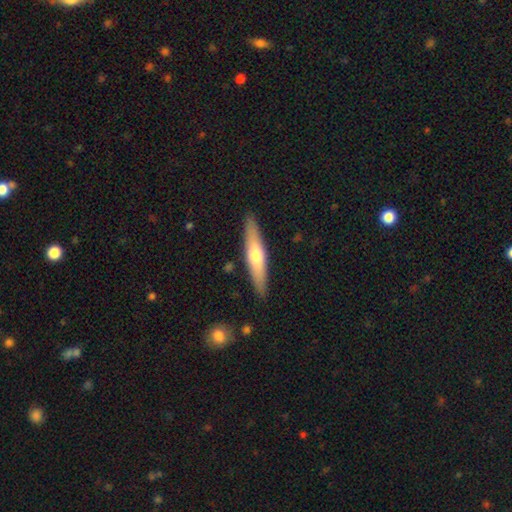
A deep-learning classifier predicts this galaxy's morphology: Smooth or featured?
  - smooth: 50% *
  - featured or disk: 45%
  - star or artifact: 5%
Merging?
  - none: 89% *
  - minor disturbance: 8%
  - major disturbance: 2%
  - merger: 1%